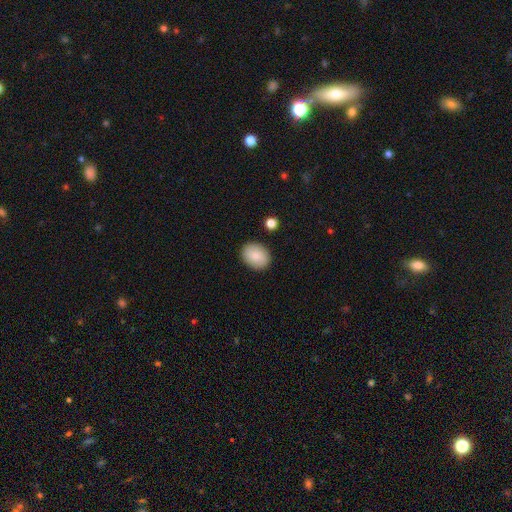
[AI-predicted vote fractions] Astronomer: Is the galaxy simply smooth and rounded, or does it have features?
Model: smooth — 86%.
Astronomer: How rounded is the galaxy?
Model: in between — 66%.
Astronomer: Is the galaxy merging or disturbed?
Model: none — 87%.